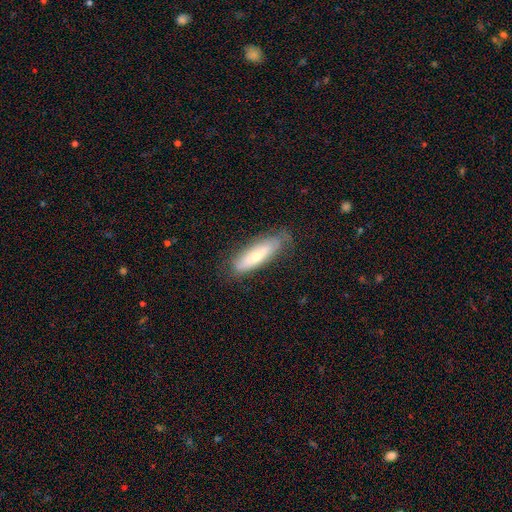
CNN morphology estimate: The model was most divided on "how rounded": cigar-shaped: 58%, in between: 40%, round: 2%. More confident: merging — none (73%); smooth or featured — smooth (59%).